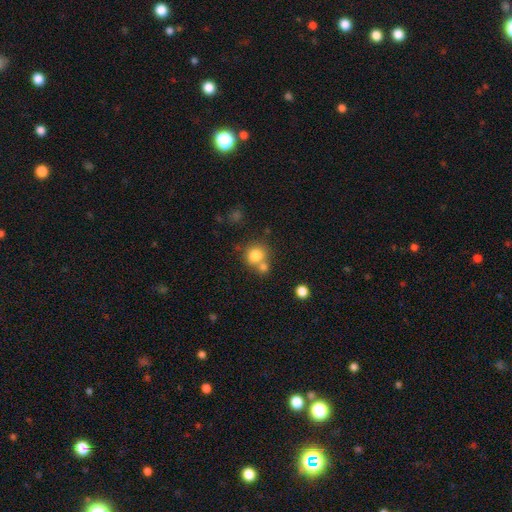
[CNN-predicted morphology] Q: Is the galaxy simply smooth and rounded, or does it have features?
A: smooth — 80%.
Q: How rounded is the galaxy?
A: round — 87%.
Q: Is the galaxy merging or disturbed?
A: none — 52%.